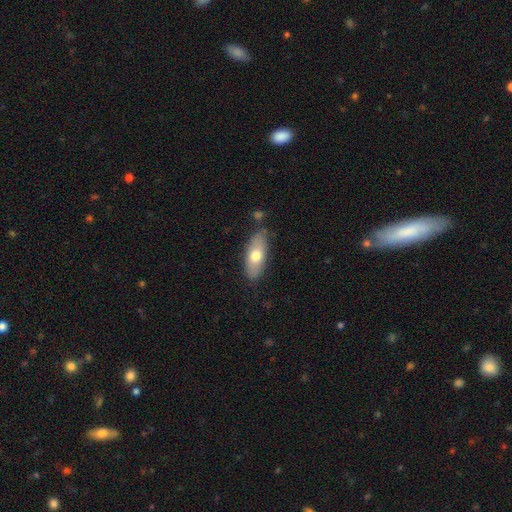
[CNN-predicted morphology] Q: Smooth or featured?
A: smooth (66%); runner-up: featured or disk (28%)
Q: How rounded?
A: in between (77%); runner-up: cigar-shaped (19%)
Q: Merging?
A: none (78%); runner-up: minor disturbance (15%)